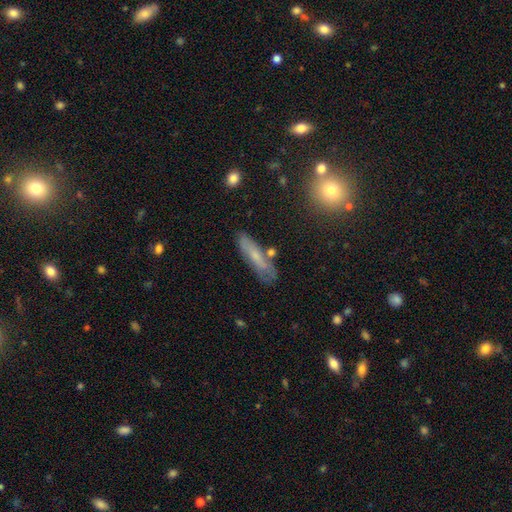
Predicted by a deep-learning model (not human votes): Overall: smooth (53%; featured or disk 39%). How rounded: cigar-shaped (73%). Merging: none (72%).